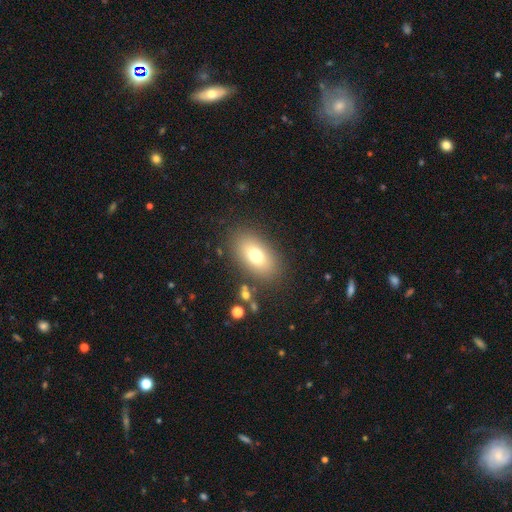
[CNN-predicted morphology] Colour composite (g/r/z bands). It shows a smooth galaxy with no disk features (74%) that is in between round and cigar-shaped (88%). Merging: none (84%).